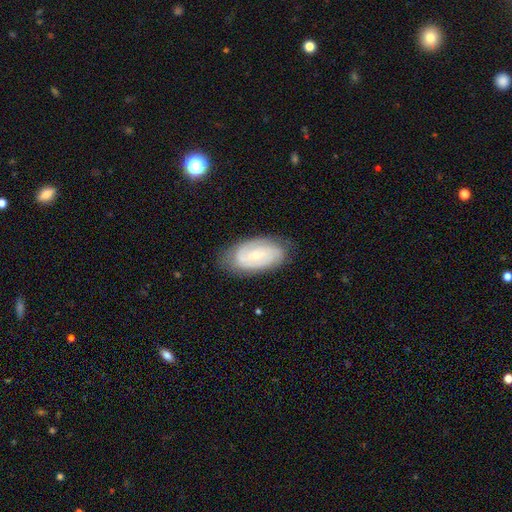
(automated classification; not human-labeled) A featured or disk galaxy (74%) with no bar (55%), 2 (52%) tight (59%) spiral arms (92%) and a small central bulge (76%). Merging: none (77%).